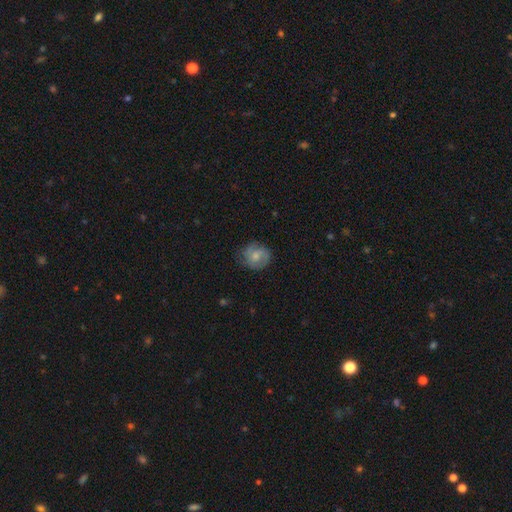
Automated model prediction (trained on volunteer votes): Q: Smooth or featured?
A: smooth (55%); runner-up: featured or disk (38%)
Q: How rounded?
A: round (81%); runner-up: in between (18%)
Q: Merging?
A: none (71%); runner-up: minor disturbance (21%)